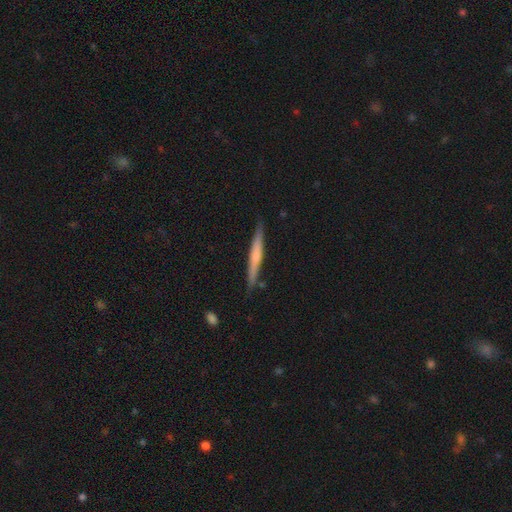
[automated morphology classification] smooth-or-featured: featured or disk: 48% | smooth: 46% | star or artifact: 6%
  merging: none: 87% | minor disturbance: 10% | merger: 2% | major disturbance: 2%